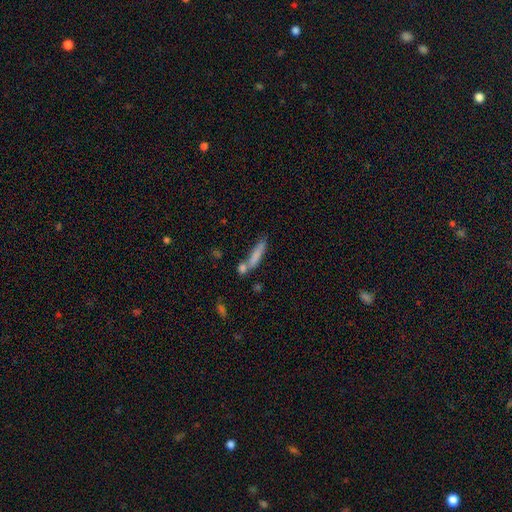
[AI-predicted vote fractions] The model was most divided on "merging": none: 52%, merger: 28%, minor disturbance: 14%, major disturbance: 6%. More confident: how rounded — cigar-shaped (84%); smooth or featured — smooth (74%).